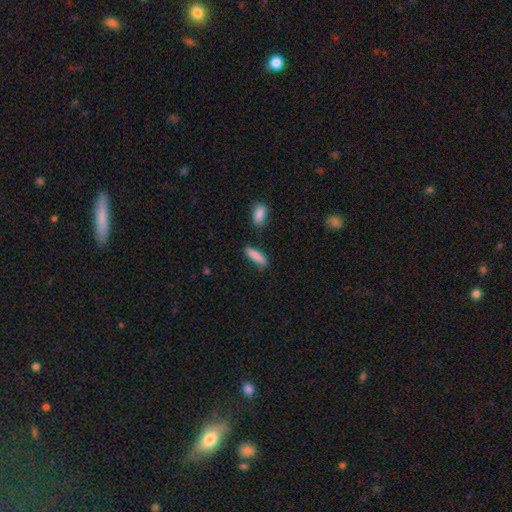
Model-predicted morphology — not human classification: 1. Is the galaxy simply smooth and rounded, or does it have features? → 87% smooth, 7% featured or disk, 7% star or artifact.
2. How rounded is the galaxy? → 66% cigar-shaped, 32% in between, 2% round.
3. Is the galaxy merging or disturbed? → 77% none, 15% minor disturbance, 5% merger, 4% major disturbance.